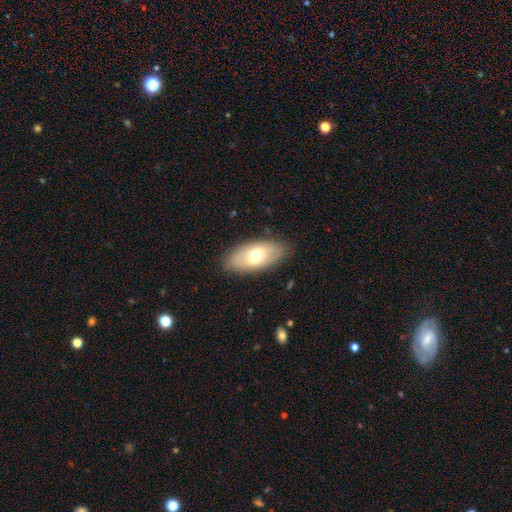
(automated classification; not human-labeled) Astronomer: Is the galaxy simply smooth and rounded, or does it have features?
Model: smooth — 58% (runner-up: featured or disk, 35%).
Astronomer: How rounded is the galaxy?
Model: in between — 91%.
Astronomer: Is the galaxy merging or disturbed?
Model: none — 83%.